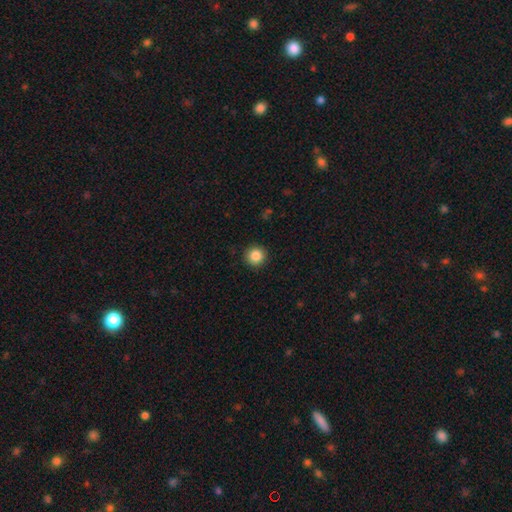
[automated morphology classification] smooth-or-featured: smooth: 86% | star or artifact: 10% | featured or disk: 4%
  how-rounded: round: 95% | in between: 4% | cigar-shaped: 1%
  merging: none: 92% | minor disturbance: 5% | major disturbance: 2% | merger: 1%